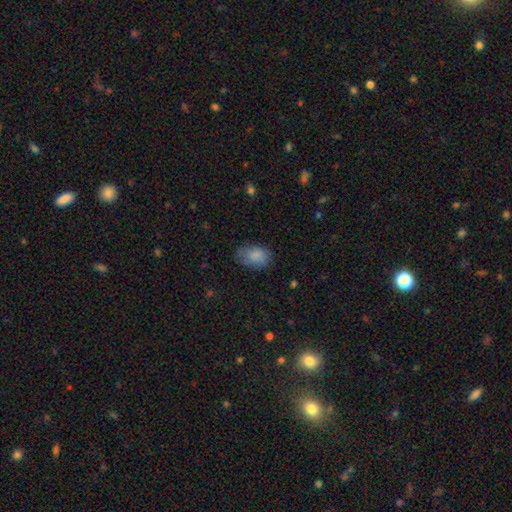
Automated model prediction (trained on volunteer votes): A smooth galaxy with no disk features (85%) that is in between round and cigar-shaped (86%).

Vote fractions:
- Smooth or featured? smooth: 85% / star or artifact: 8% / featured or disk: 7%
- How rounded? in between: 86% / round: 13% / cigar-shaped: 1%
- Merging? none: 67% / minor disturbance: 24% / major disturbance: 7% / merger: 1%